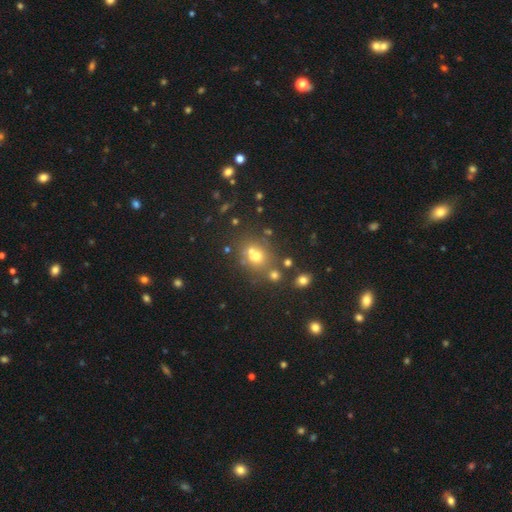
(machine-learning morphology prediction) A smooth galaxy with no disk features (56%) that is round (77%). Merging: none (58%).